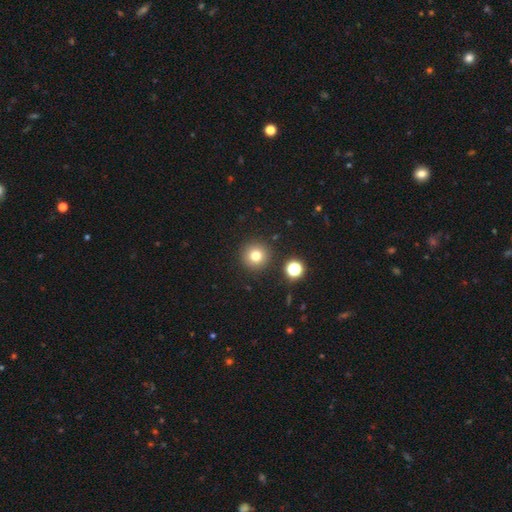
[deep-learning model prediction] Overall: smooth (77%). How rounded: round (95%). Merging: none (89%).